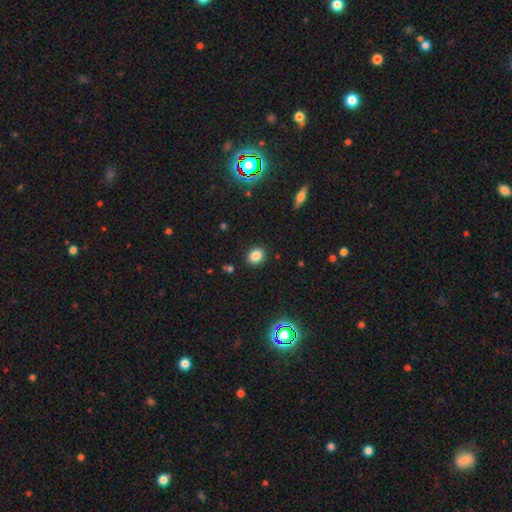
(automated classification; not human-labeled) Q: Smooth or featured?
A: smooth (83%); runner-up: star or artifact (11%)
Q: How rounded?
A: round (57%); runner-up: in between (42%)
Q: Merging?
A: none (90%); runner-up: minor disturbance (7%)